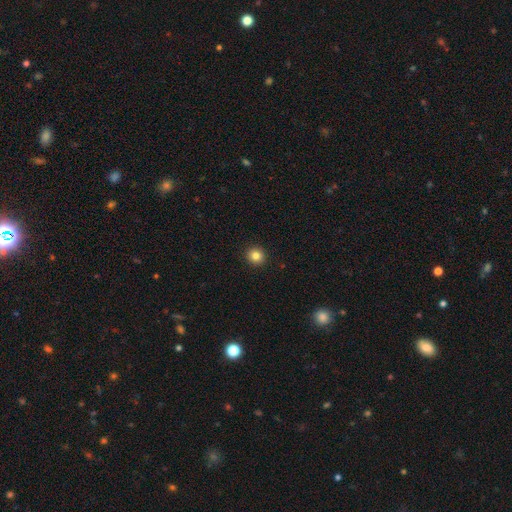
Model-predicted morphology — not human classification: smooth 83%, star or artifact 11%, featured or disk 5%. Down the decision tree: how rounded — round (92%); merging — none (93%).